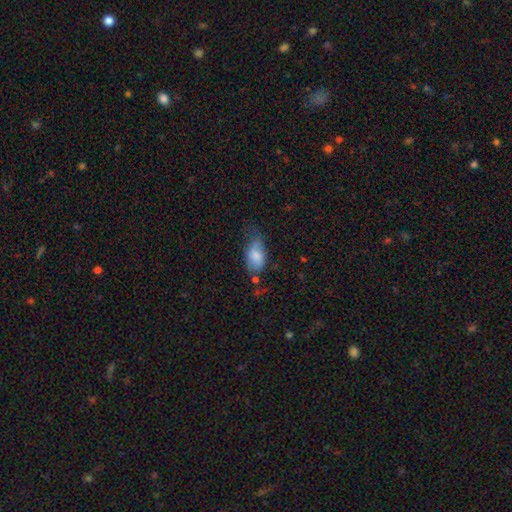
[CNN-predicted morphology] type=smooth (76%); roundness=in between (91%); merging=minor disturbance (38%).